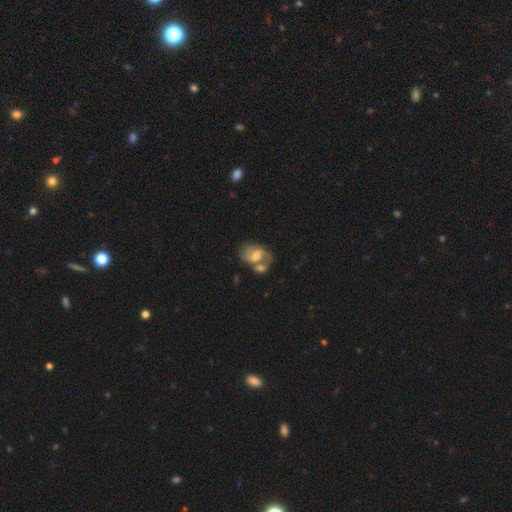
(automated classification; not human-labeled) Smooth or featured? Predicted: featured or disk (p=0.54). Edge-on disk? Predicted: no (p=0.96). Bar? Predicted: weak (p=0.45). Spiral arms? Predicted: yes (p=0.69). Bulge size? Predicted: moderate (p=0.57). Merging? Predicted: merger (p=0.50).